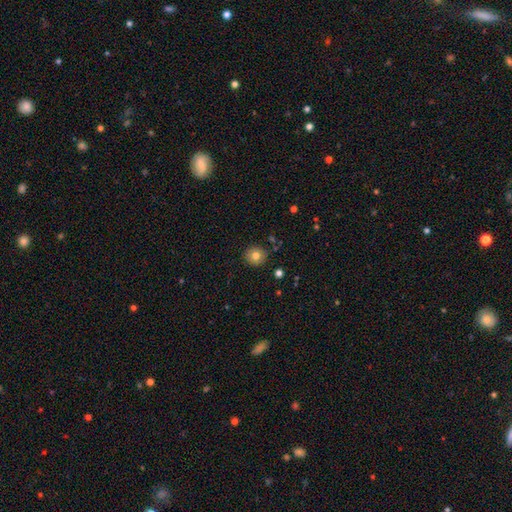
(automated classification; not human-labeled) Morphology: type=smooth (79%); roundness=round (91%); merging=none (88%).